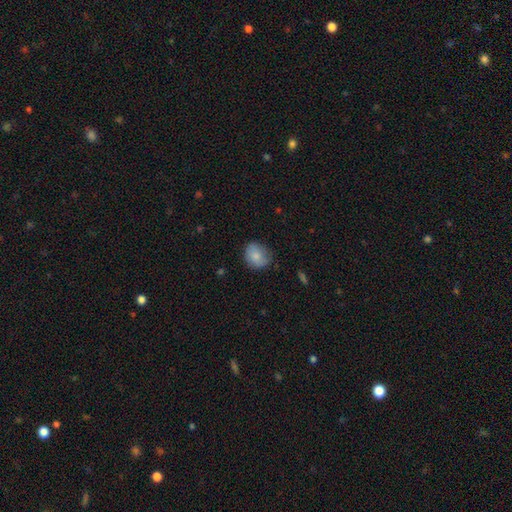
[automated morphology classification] This is clearly a smooth galaxy (80%). How rounded: likely round (63%). Merging: likely none (67%).